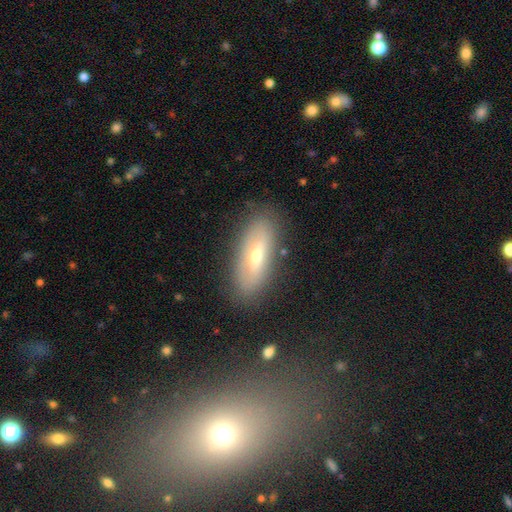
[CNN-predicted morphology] A smooth galaxy with no disk features (47%). Merging: none (83%).